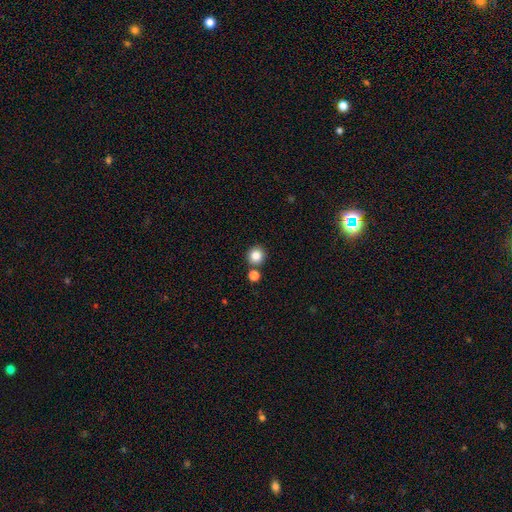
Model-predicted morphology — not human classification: Q: Smooth or featured?
A: smooth (84%); runner-up: star or artifact (11%)
Q: How rounded?
A: round (92%); runner-up: in between (7%)
Q: Merging?
A: none (79%); runner-up: merger (12%)